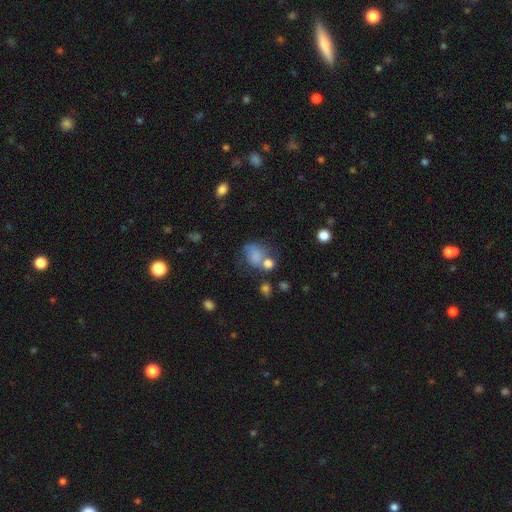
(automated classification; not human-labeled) smooth-or-featured: smooth: 70% | featured or disk: 16% | star or artifact: 13%
  how-rounded: round: 50% | in between: 48% | cigar-shaped: 1%
  merging: none: 34% | merger: 24% | minor disturbance: 22% | major disturbance: 20%